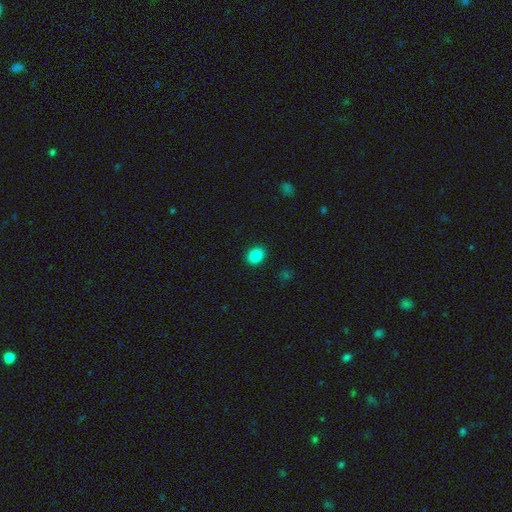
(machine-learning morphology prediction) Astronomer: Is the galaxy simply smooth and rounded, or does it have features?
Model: smooth — 87%.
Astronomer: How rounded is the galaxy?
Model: in between — 61% (runner-up: round, 38%).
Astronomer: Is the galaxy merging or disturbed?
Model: none — 90%.